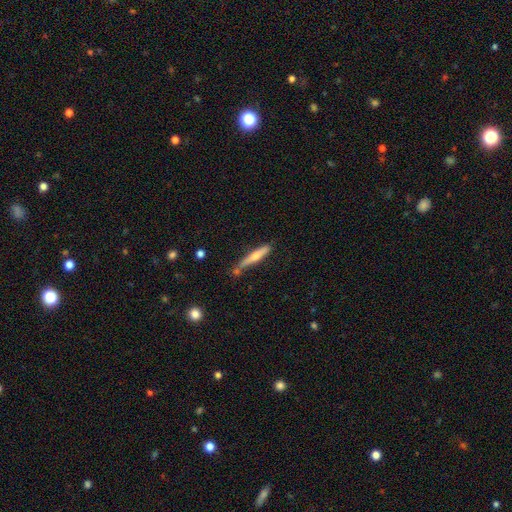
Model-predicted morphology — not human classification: The model was most divided on "smooth or featured": smooth: 48%, featured or disk: 46%, star or artifact: 6%. More confident: merging — none (67%).